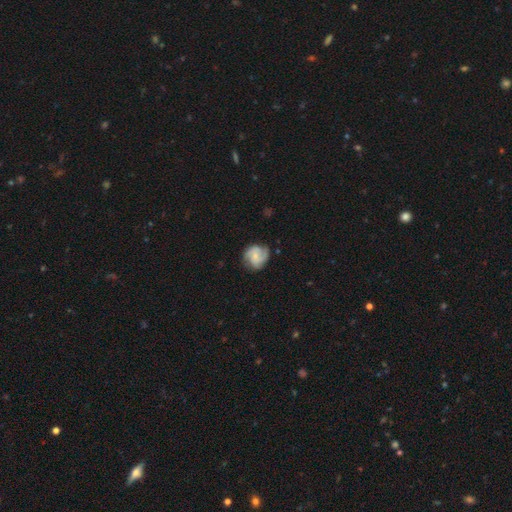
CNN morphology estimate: Q: Smooth or featured?
A: featured or disk (66%); runner-up: smooth (27%)
Q: Edge-on disk?
A: no (98%); runner-up: yes (2%)
Q: Bar?
A: no (61%); runner-up: weak (32%)
Q: Spiral arms?
A: yes (94%); runner-up: no (6%)
Q: Spiral winding?
A: medium (46%); runner-up: tight (36%)
Q: Spiral arm count?
A: 2 (60%); runner-up: 3 (20%)
Q: Bulge size?
A: small (59%); runner-up: moderate (25%)
Q: Merging?
A: none (74%); runner-up: minor disturbance (19%)